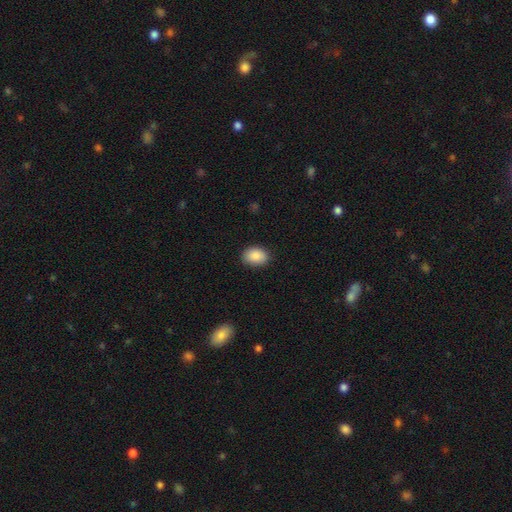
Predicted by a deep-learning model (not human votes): This is clearly a smooth galaxy (89%). How rounded: likely in between (74%). Merging: clearly none (87%).